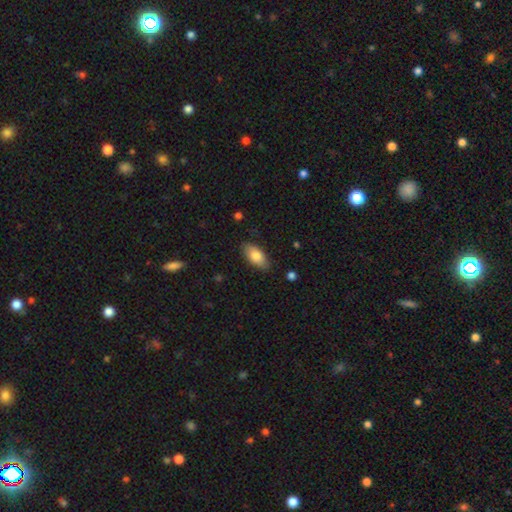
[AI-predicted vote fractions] smooth 83%, featured or disk 11%, star or artifact 6%. Down the decision tree: how rounded — in between (90%); merging — none (85%).